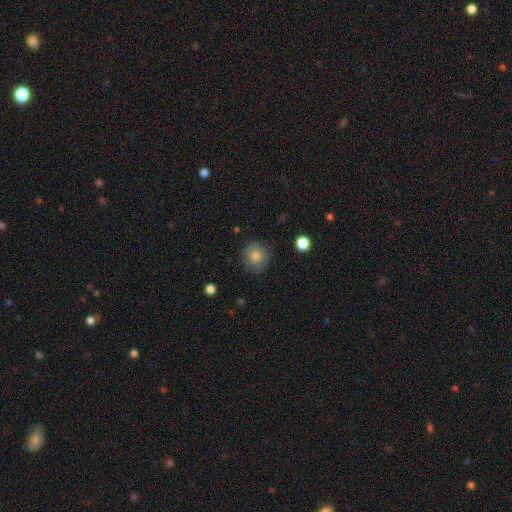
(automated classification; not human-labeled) smooth_or_featured: smooth (p=0.81) [alt: star or artifact p=0.10]
how_rounded: round (p=0.90) [alt: in between p=0.09]
merging: none (p=0.83) [alt: minor disturbance p=0.12]